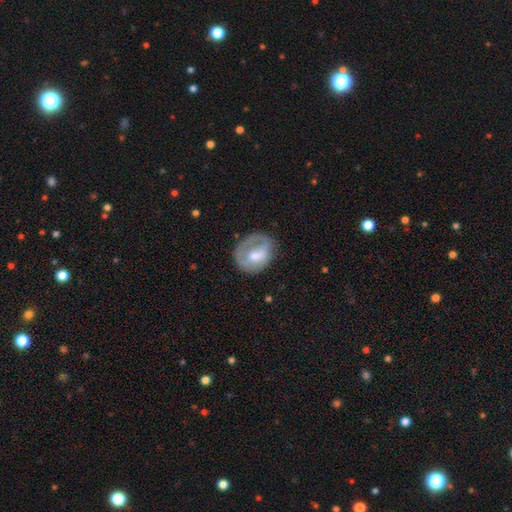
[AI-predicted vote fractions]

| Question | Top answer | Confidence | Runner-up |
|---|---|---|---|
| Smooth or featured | smooth | 49% | featured or disk (44%) |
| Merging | none | 49% | minor disturbance (27%) |